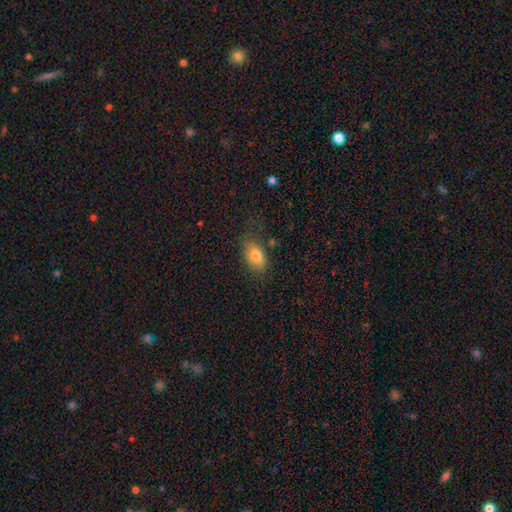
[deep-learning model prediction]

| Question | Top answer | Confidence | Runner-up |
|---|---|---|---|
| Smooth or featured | smooth | 81% | featured or disk (11%) |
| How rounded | in between | 90% | round (7%) |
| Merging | none | 72% | minor disturbance (19%) |